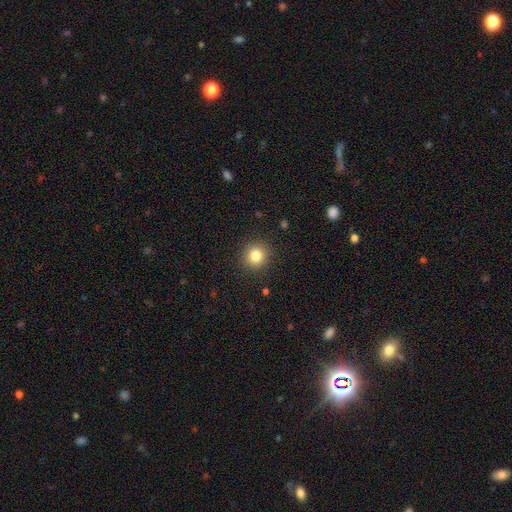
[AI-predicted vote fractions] Morphology: type=smooth (82%); roundness=round (91%); merging=none (91%).